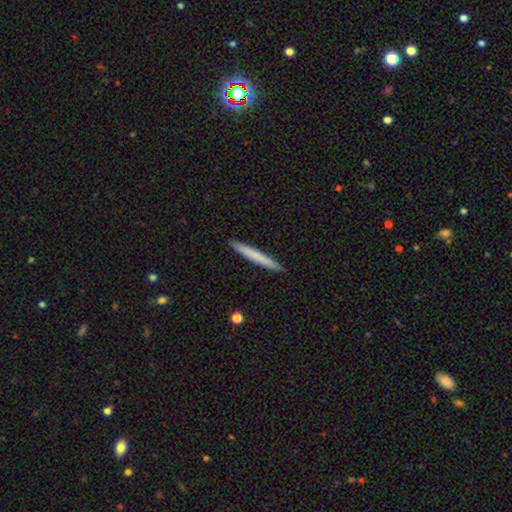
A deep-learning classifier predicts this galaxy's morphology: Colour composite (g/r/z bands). It shows a smooth galaxy with no disk features (72%) that is cigar-shaped (97%). Merging: none (93%).